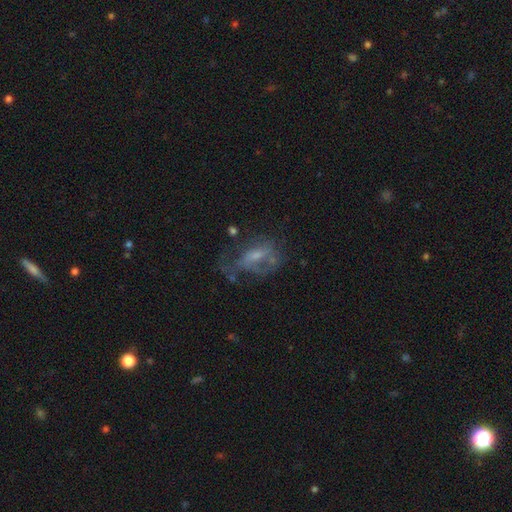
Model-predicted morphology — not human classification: Overall: featured or disk (56%; smooth 30%). Edge-on disk: no (94%). Bar: no (59%; weak 32%). Spiral arms: no (60%; yes 40%). Bulge size: small (45%; moderate 31%). Merging: major disturbance (37%; none 36%).